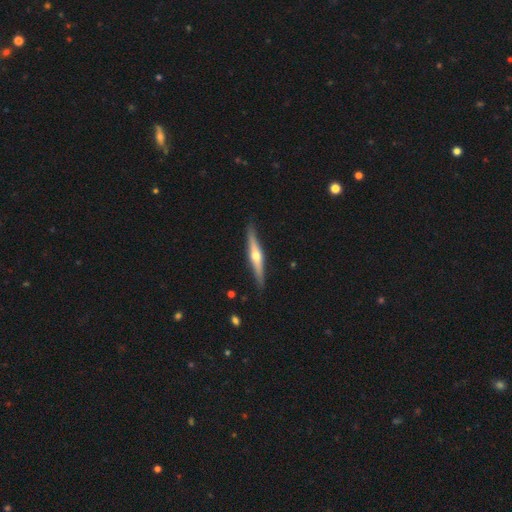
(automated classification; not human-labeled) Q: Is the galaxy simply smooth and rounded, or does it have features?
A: featured or disk — 68%.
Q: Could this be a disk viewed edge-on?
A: yes — 97%.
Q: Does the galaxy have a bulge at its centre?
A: rounded — 92%.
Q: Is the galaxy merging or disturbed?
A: none — 89%.